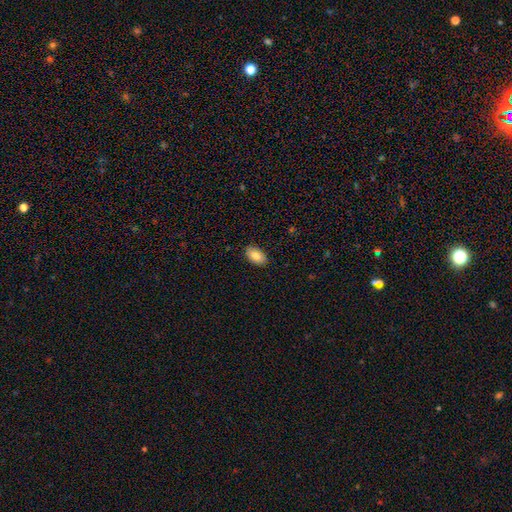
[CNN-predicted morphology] Overall: smooth (82%). How rounded: in between (93%). Merging: none (89%).